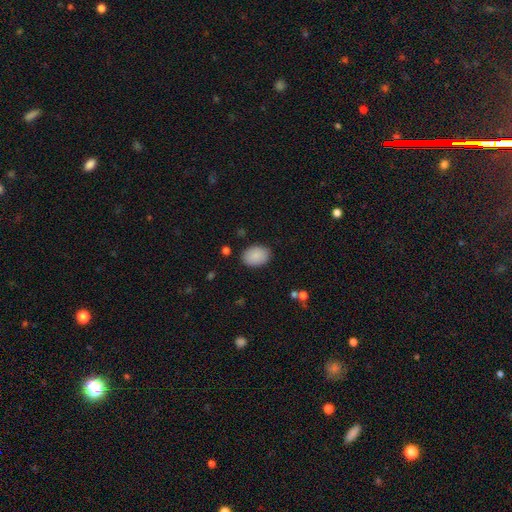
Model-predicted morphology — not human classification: This appears to be a smooth galaxy with no disk features (89%) that is in between round and cigar-shaped (82%). Merging: none (87%).